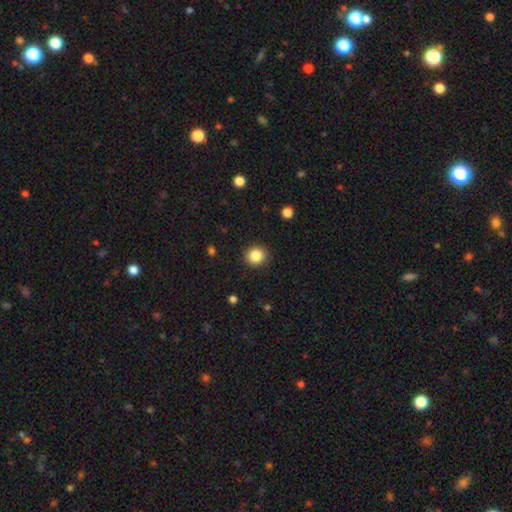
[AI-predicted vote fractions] Morphology: type=smooth (86%); roundness=round (89%); merging=none (90%).